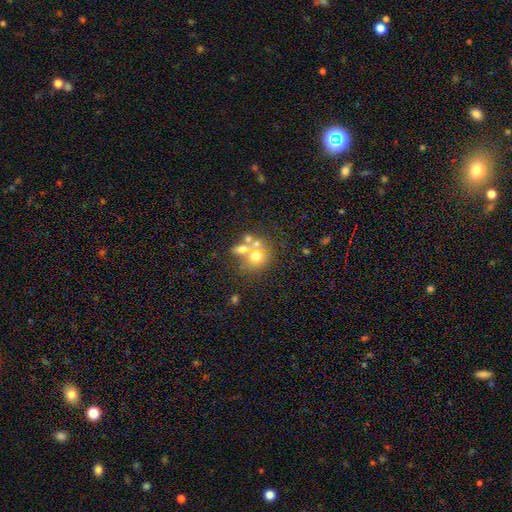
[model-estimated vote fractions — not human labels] This appears to be a smooth galaxy with no disk features (58%) that is round (71%). Merging: merger (41%).